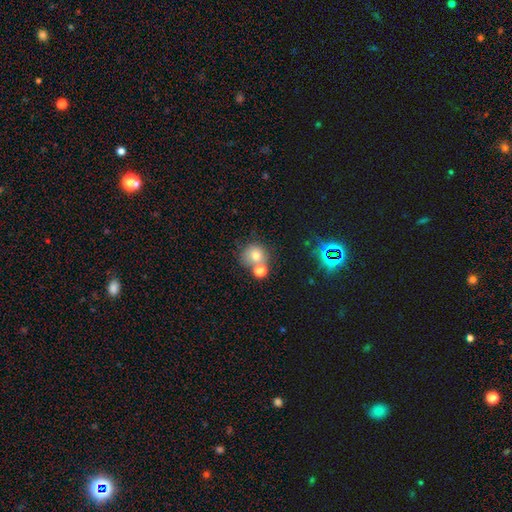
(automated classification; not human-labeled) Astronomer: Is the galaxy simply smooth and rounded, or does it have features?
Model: smooth — 71%.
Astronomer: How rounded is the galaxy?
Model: round — 86%.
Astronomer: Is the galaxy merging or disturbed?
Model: none — 53% (runner-up: merger, 32%).